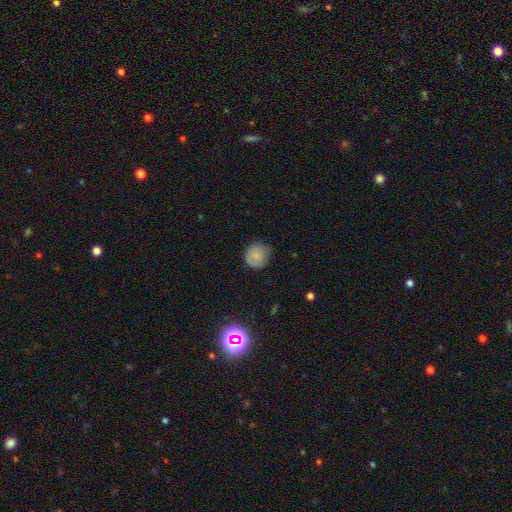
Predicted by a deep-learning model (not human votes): This is likely a smooth galaxy (78%). How rounded: clearly round (88%). Merging: likely none (71%).